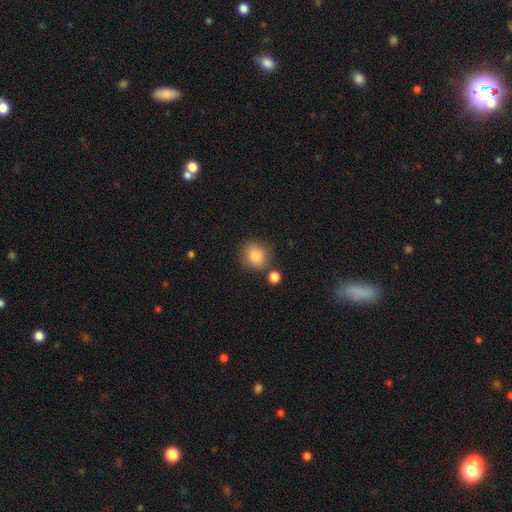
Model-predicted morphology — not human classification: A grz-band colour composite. It shows a smooth galaxy with no disk features (84%) that is round (83%). Merging: none (75%).